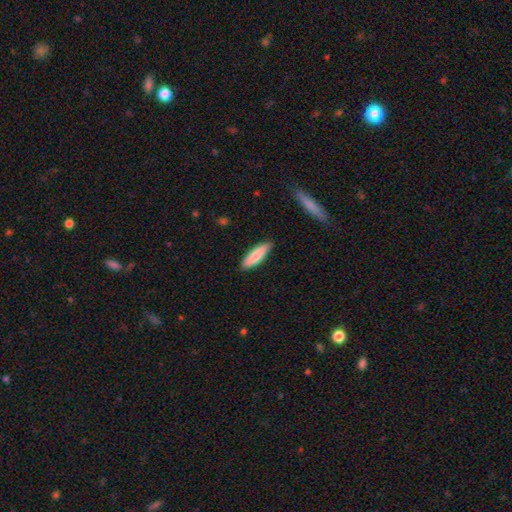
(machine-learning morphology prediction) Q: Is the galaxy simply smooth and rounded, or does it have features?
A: smooth — 82%.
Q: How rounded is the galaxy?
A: cigar-shaped — 61%.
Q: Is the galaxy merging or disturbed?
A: none — 88%.